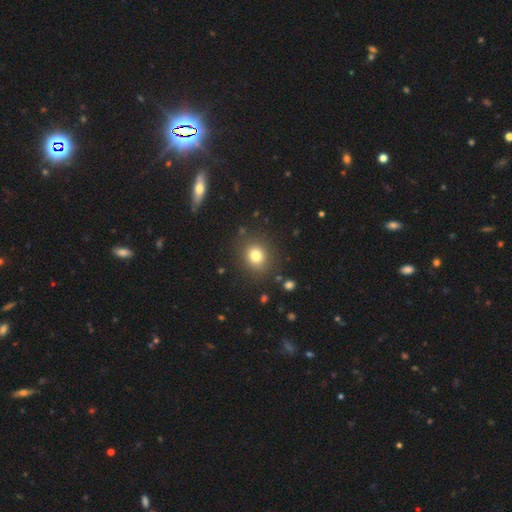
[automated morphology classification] Smooth or featured? Predicted: smooth (p=0.79). How rounded? Predicted: round (p=0.73). Merging? Predicted: none (p=0.86).